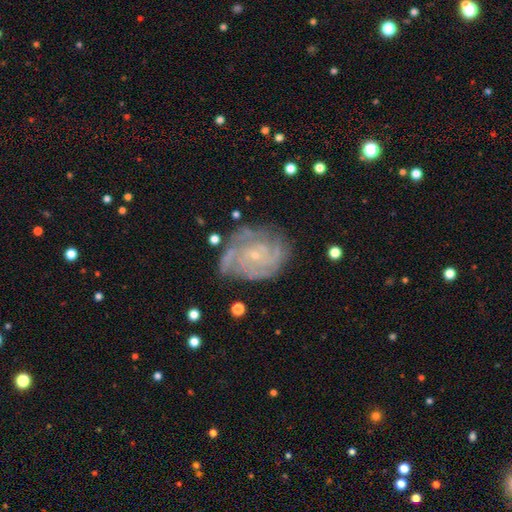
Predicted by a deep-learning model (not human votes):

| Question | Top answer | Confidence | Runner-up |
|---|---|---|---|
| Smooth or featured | featured or disk | 85% | smooth (8%) |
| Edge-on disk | no | 98% | yes (2%) |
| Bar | no | 76% | weak (20%) |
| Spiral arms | yes | 96% | no (4%) |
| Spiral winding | tight | 70% | medium (25%) |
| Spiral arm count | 3 | 26% | can't tell (24%) |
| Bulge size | small | 84% | moderate (11%) |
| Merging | none | 70% | minor disturbance (20%) |